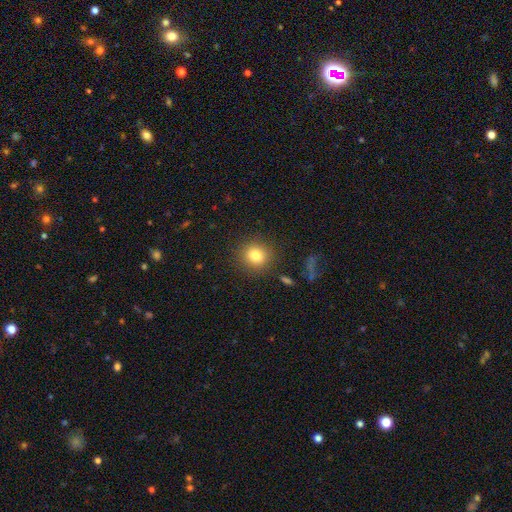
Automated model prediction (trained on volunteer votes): Smooth or featured? smooth (81%)
How rounded? round (86%)
Merging? none (88%)